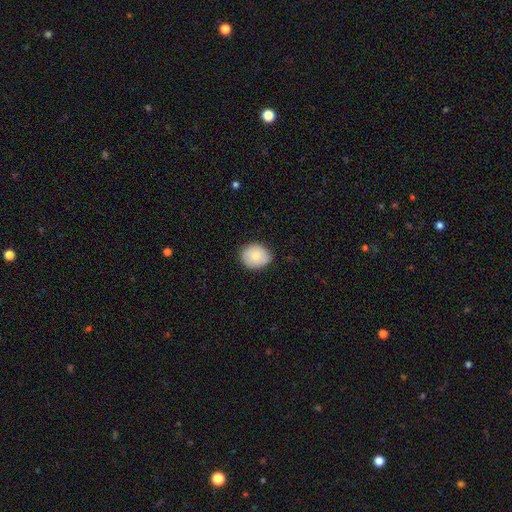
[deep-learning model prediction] Smooth or featured? Predicted: smooth (p=0.76). How rounded? Predicted: round (p=0.59). Merging? Predicted: none (p=0.81).